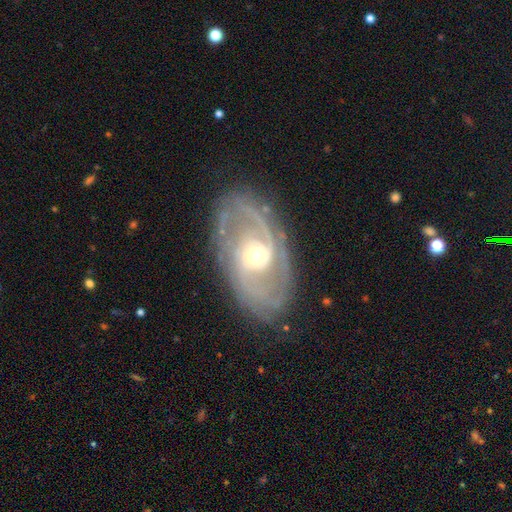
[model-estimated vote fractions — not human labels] This appears to be a featured or disk galaxy (88%) with no bar (54%), 2 (66%) tight (47%) spiral arms (95%) and a moderate central bulge (62%). Merging: none (78%).